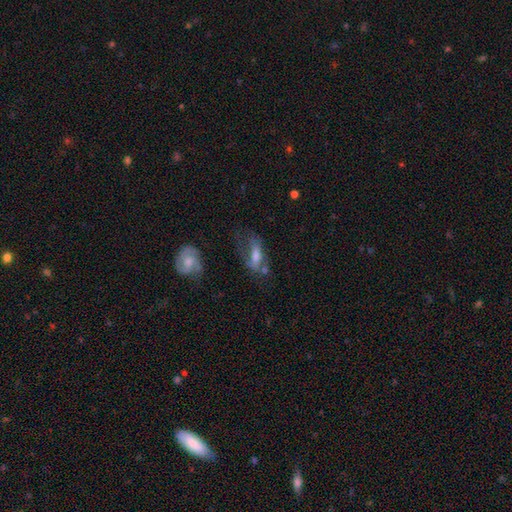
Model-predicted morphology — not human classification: This is possibly a featured or disk galaxy (49%). Merging: marginally none (35%).